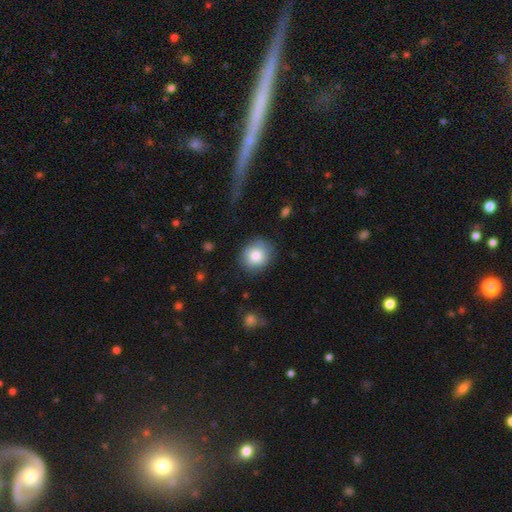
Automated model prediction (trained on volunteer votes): This is likely a smooth galaxy (79%). How rounded: likely round (76%). Merging: likely none (78%).